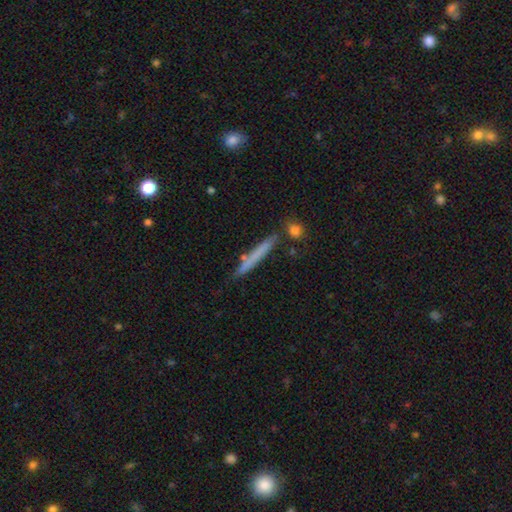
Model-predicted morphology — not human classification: smooth_or_featured: smooth (p=0.59) [alt: featured or disk p=0.34]
how_rounded: cigar-shaped (p=0.96) [alt: in between p=0.02]
merging: none (p=0.81) [alt: minor disturbance p=0.12]